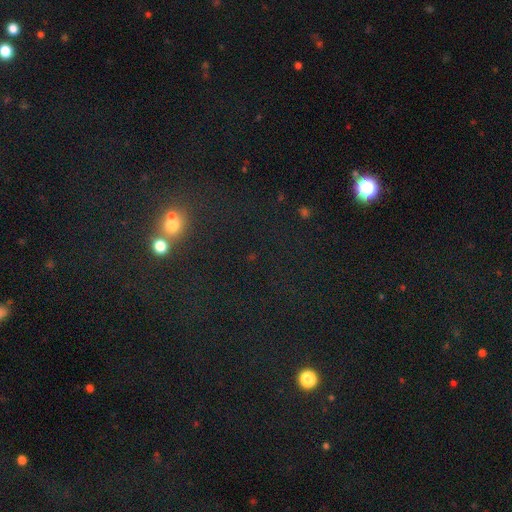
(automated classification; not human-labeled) Morphology: type=star or artifact (58%).